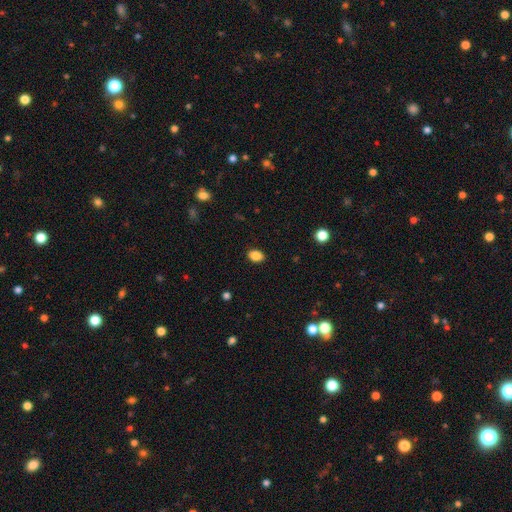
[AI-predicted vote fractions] Smooth or featured? Predicted: smooth (p=0.87). How rounded? Predicted: in between (p=0.74). Merging? Predicted: none (p=0.89).